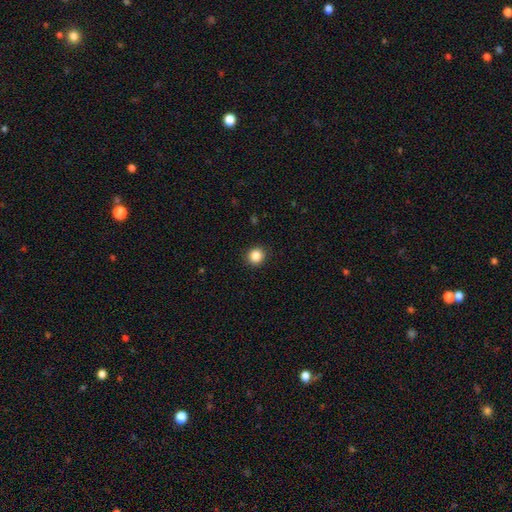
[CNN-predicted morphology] smooth-or-featured: smooth: 86% | star or artifact: 10% | featured or disk: 3%
  how-rounded: round: 90% | in between: 9% | cigar-shaped: 1%
  merging: none: 92% | minor disturbance: 5% | major disturbance: 2% | merger: 1%